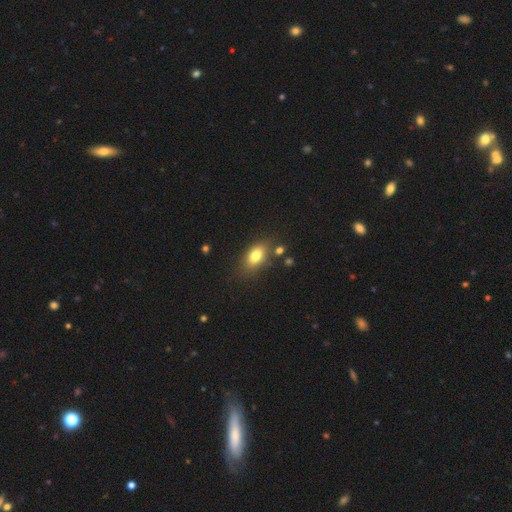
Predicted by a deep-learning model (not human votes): Overall: smooth (79%). How rounded: in between (83%). Merging: none (75%).